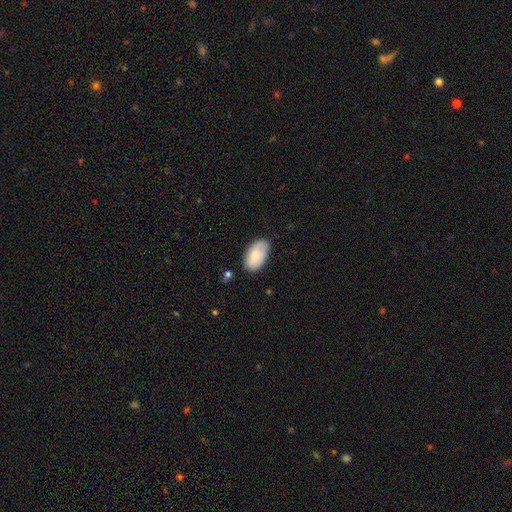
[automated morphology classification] type=smooth (79%); roundness=in between (95%); merging=none (75%).